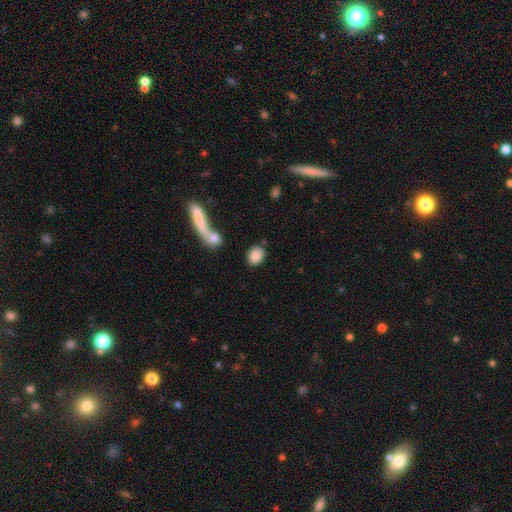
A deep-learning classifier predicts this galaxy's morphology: Overall: smooth (86%). How rounded: in between (53%; round 44%). Merging: none (75%).